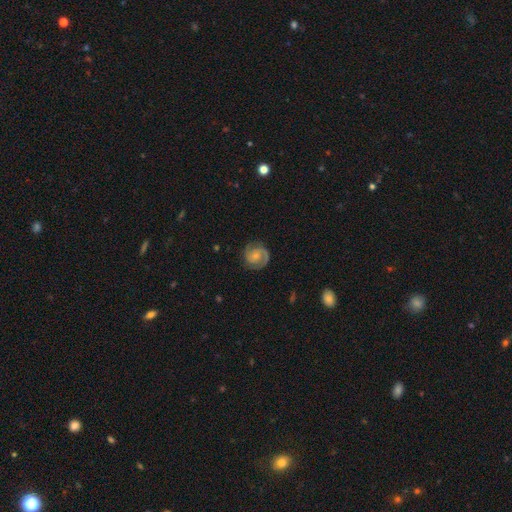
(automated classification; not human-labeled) featured or disk 83%, smooth 12%, star or artifact 6%. Down the decision tree: edge-on disk — no (98%); bar — no (60%); spiral arms — yes (97%); spiral arm count — 2 (85%); spiral winding — tight (48%); bulge size — small (60%); merging — none (81%).